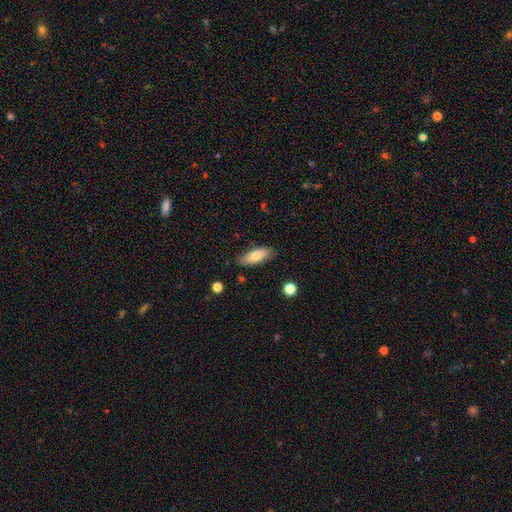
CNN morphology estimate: A smooth galaxy with no disk features (76%) that is in between round and cigar-shaped (74%).

Vote fractions:
- Smooth or featured? smooth: 76% / featured or disk: 17% / star or artifact: 7%
- How rounded? in between: 74% / cigar-shaped: 23% / round: 2%
- Merging? none: 82% / minor disturbance: 14% / major disturbance: 3% / merger: 2%